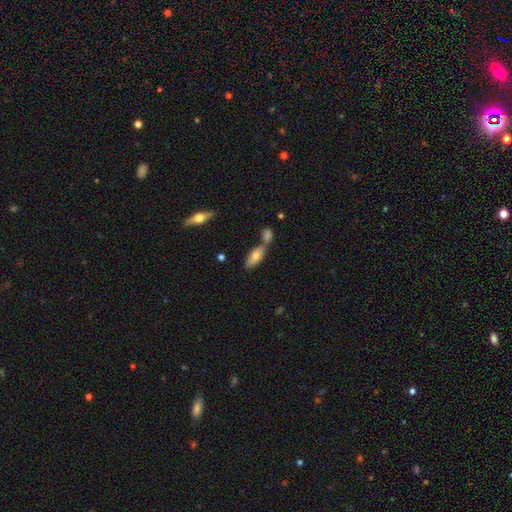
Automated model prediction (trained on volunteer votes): Overall: smooth (70%). How rounded: in between (79%). Merging: none (49%; merger 35%).